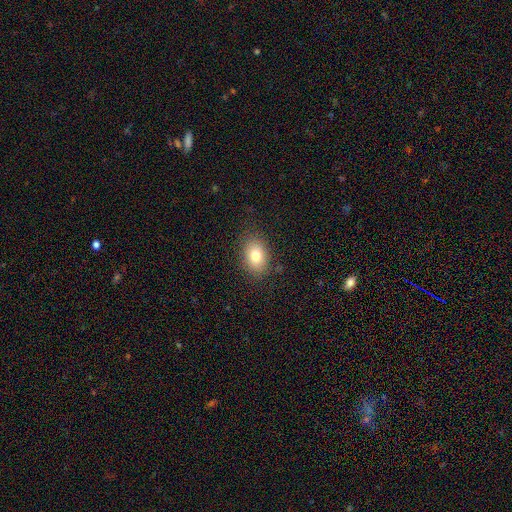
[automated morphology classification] Smooth or featured: smooth — 79% (featured or disk — 11%)
How rounded: in between — 77% (round — 22%)
Merging: none — 85% (minor disturbance — 11%)